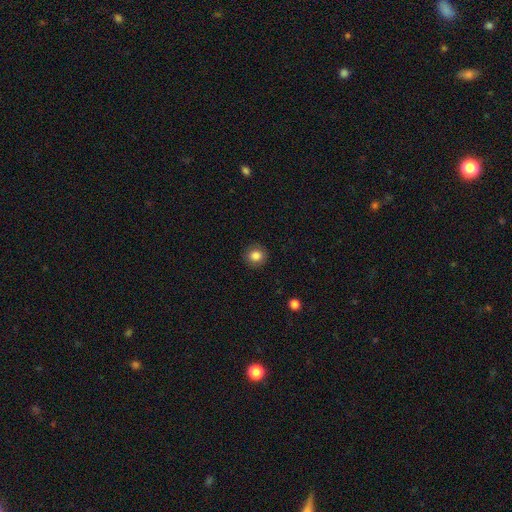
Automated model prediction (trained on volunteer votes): This is clearly a smooth galaxy (84%). How rounded: clearly round (87%). Merging: clearly none (89%).